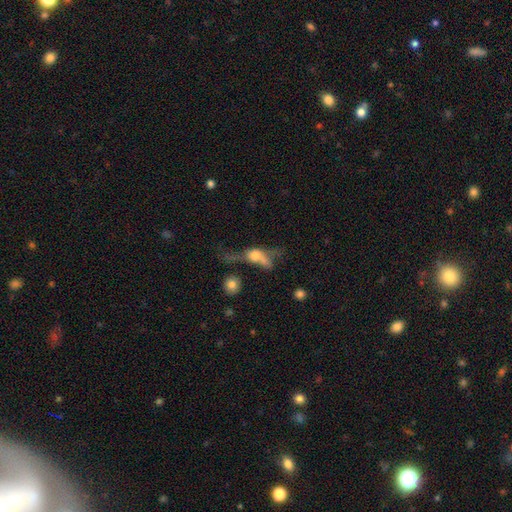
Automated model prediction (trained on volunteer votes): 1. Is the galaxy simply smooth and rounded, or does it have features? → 45% smooth, 44% featured or disk, 12% star or artifact.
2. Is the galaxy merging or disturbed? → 36% major disturbance, 25% merger, 24% none, 16% minor disturbance.